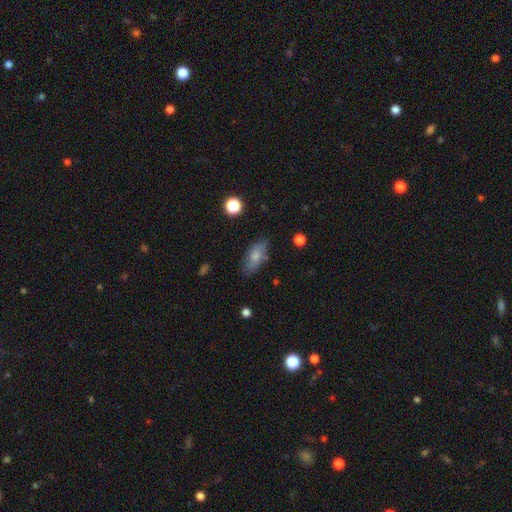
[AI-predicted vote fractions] smooth_or_featured: smooth (p=0.73) [alt: featured or disk p=0.20]
how_rounded: in between (p=0.87) [alt: cigar-shaped p=0.09]
merging: none (p=0.74) [alt: minor disturbance p=0.19]